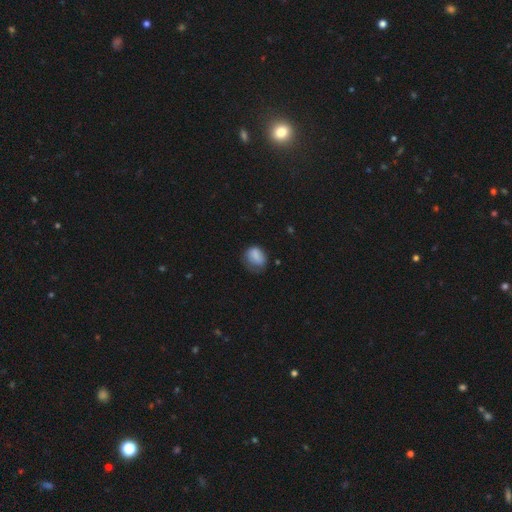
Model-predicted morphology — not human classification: smooth_or_featured: smooth (p=0.79) [alt: featured or disk p=0.12]
how_rounded: in between (p=0.52) [alt: round p=0.46]
merging: none (p=0.46) [alt: minor disturbance p=0.33]